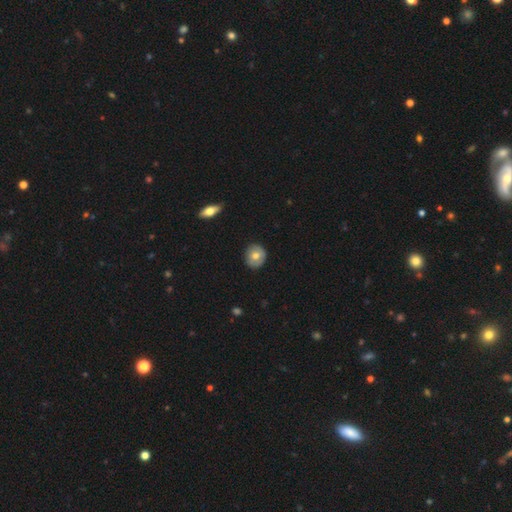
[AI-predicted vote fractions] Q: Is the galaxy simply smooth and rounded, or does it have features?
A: smooth — 65%.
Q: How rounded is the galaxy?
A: round — 76%.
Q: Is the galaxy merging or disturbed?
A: none — 84%.